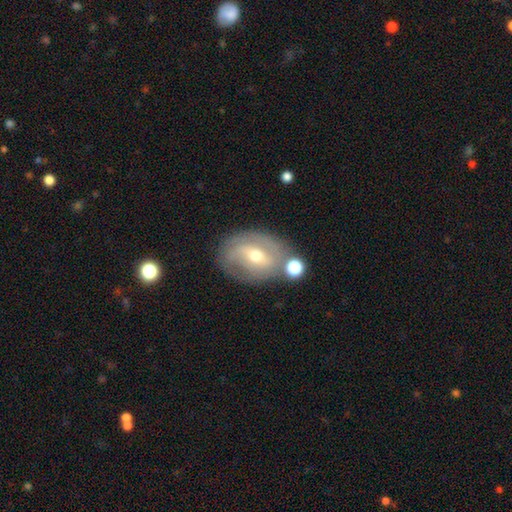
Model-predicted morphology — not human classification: Smooth or featured? featured or disk (69%)
Edge-on disk? no (94%)
Bar? weak (46%)
Spiral arms? yes (76%)
Bulge size? moderate (58%)
Merging? none (68%)